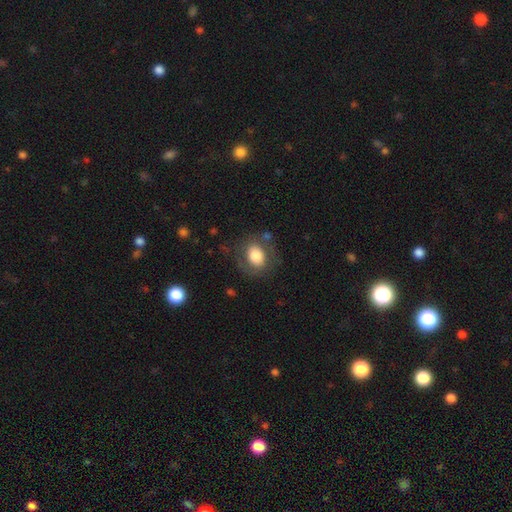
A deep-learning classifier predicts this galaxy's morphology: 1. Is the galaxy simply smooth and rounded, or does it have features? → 72% smooth, 20% featured or disk, 8% star or artifact.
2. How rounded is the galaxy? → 49% round (tied), 49% in between (tied), 1% cigar-shaped.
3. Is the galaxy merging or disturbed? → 71% none, 16% minor disturbance, 10% major disturbance, 3% merger.